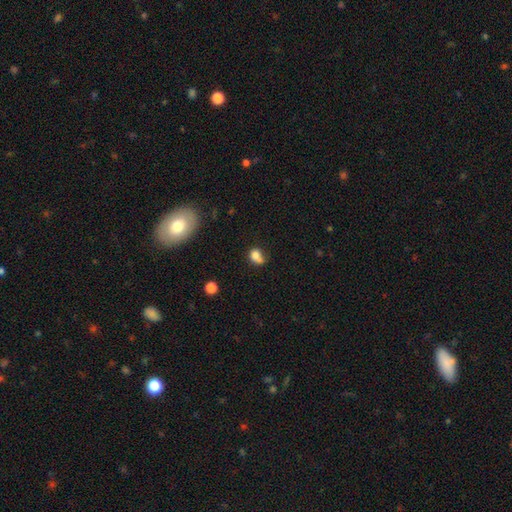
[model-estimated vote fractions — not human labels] smooth-or-featured: smooth: 77% | star or artifact: 12% | featured or disk: 11%
  how-rounded: in between: 50% | round: 48% | cigar-shaped: 2%
  merging: none: 35% | merger: 29% | minor disturbance: 23% | major disturbance: 13%